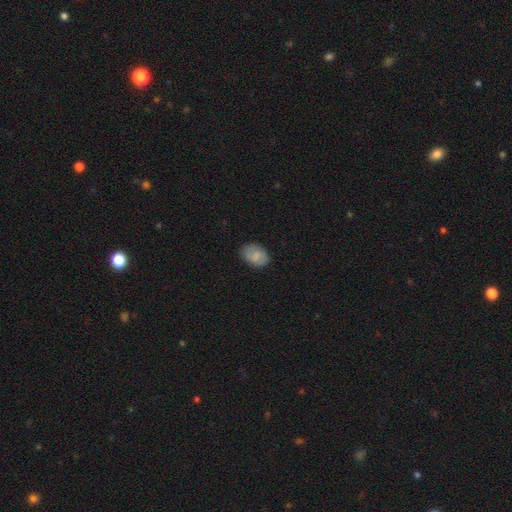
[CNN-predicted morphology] This is likely a smooth galaxy (65%). How rounded: likely in between (75%). Merging: likely none (80%).